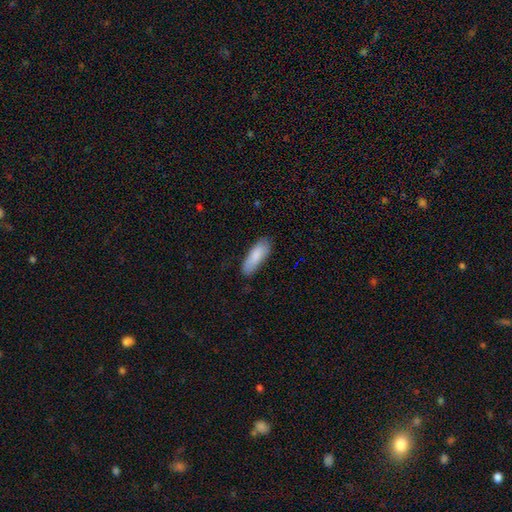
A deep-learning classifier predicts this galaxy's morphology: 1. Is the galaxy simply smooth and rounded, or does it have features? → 85% smooth, 9% featured or disk, 6% star or artifact.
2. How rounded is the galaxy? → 60% in between, 38% cigar-shaped, 2% round.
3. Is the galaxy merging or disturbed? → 79% none, 17% minor disturbance, 3% major disturbance, 1% merger.